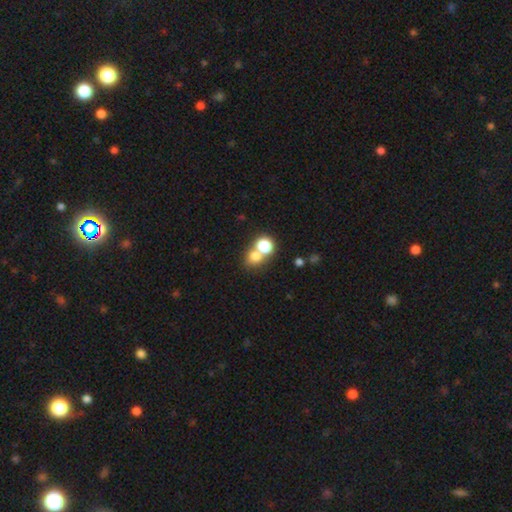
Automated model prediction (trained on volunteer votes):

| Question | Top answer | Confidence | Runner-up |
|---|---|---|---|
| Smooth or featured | smooth | 72% | star or artifact (17%) |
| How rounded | round | 74% | in between (25%) |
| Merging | merger | 49% | none (41%) |